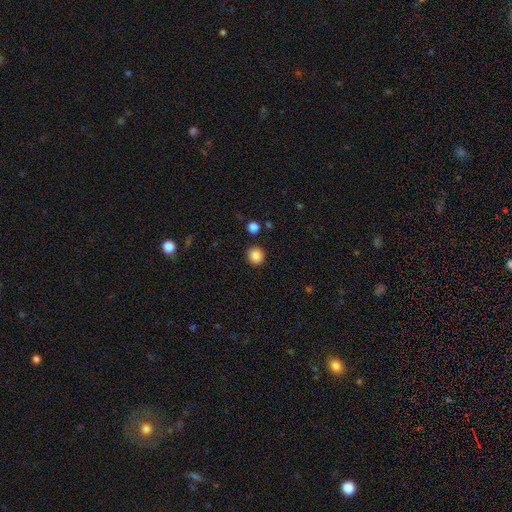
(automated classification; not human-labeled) The model was most divided on "smooth or featured": smooth: 87%, star or artifact: 10%, featured or disk: 3%. More confident: how rounded — round (92%); merging — none (89%).